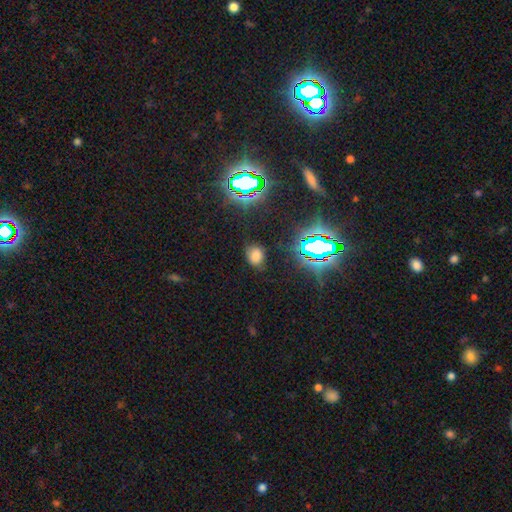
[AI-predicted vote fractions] A smooth galaxy with no disk features (66%) that is in between round and cigar-shaped (58%).

Vote fractions:
- Smooth or featured? smooth: 66% / star or artifact: 26% / featured or disk: 8%
- How rounded? in between: 58% / round: 40% / cigar-shaped: 1%
- Merging? none: 77% / minor disturbance: 16% / major disturbance: 5% / merger: 2%